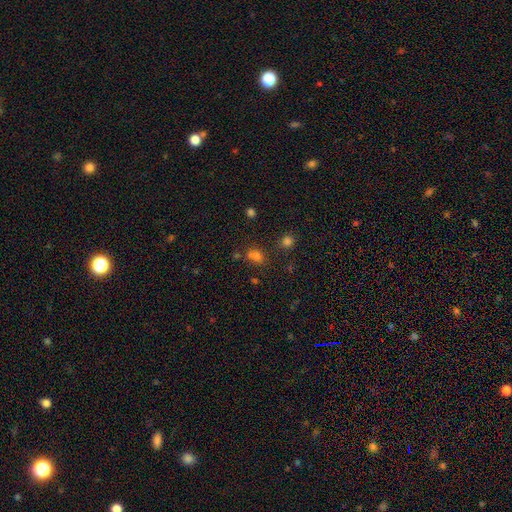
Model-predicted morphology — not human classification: smooth 68%, star or artifact 24%, featured or disk 8%. Down the decision tree: how rounded — in between (59%); merging — none (57%).